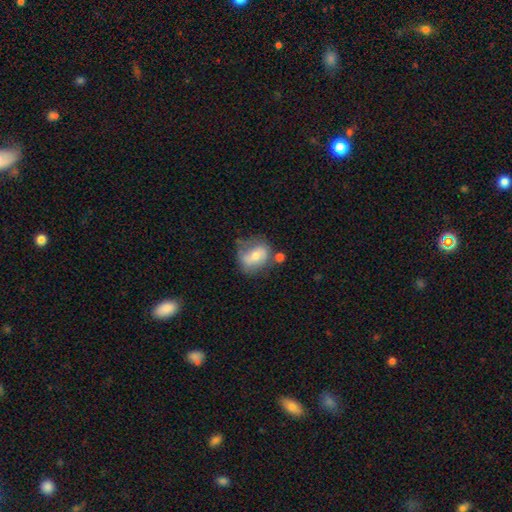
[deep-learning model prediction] A smooth galaxy with no disk features (56%) that is in between round and cigar-shaped (60%). Merging: none (45%).